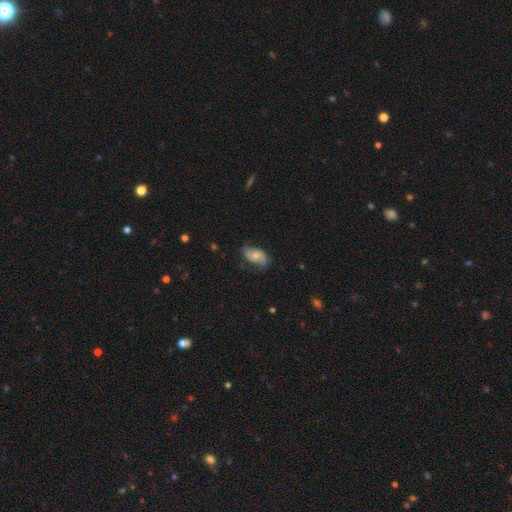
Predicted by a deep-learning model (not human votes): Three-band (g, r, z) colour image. It shows a featured or disk galaxy (61%) with no bar (61%), 2 (85%) loose (47%) spiral arms (87%) and a moderate central bulge (47%). Merging: none (65%).